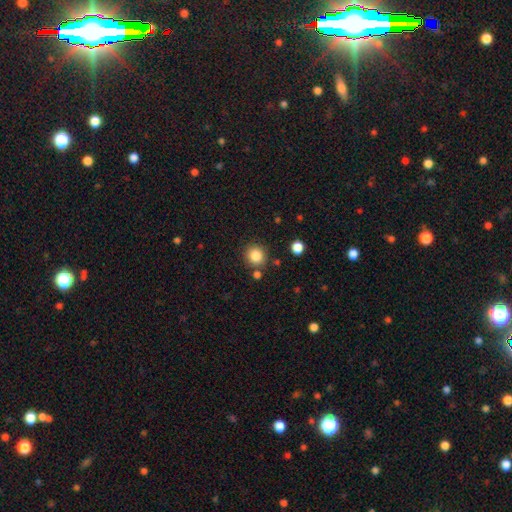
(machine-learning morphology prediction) This appears to be a smooth galaxy with no disk features (85%) that is round (88%). Merging: none (82%).